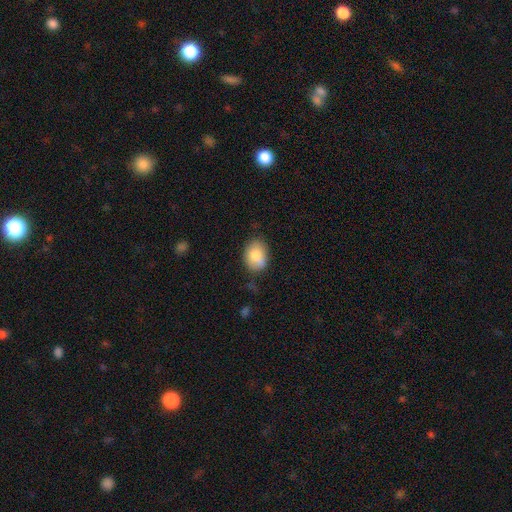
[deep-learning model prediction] This is likely a smooth galaxy (80%). How rounded: likely in between (68%). Merging: likely none (71%).